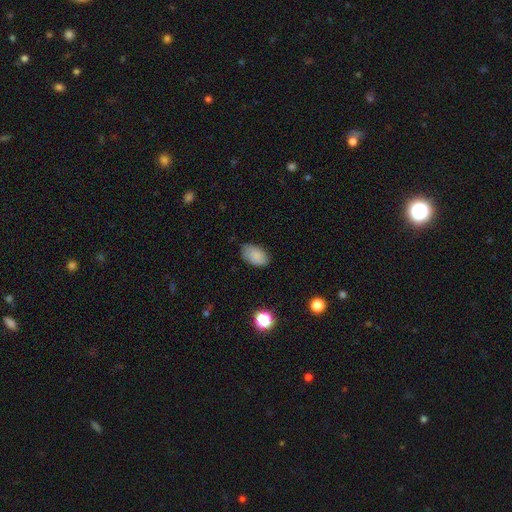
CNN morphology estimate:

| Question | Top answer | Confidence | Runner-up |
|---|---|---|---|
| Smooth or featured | smooth | 83% | star or artifact (9%) |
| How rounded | in between | 91% | round (7%) |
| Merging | none | 76% | minor disturbance (19%) |